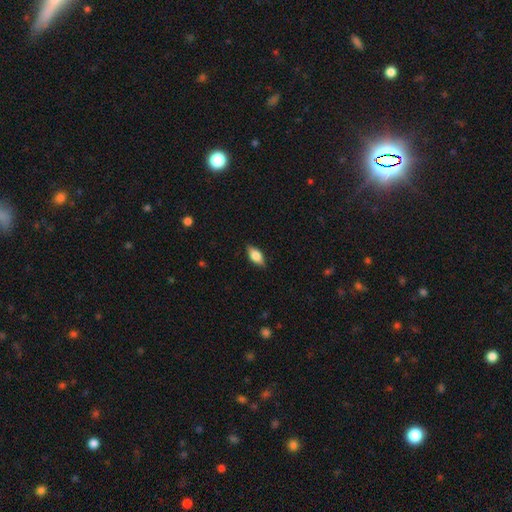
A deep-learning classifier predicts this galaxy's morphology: Smooth or featured?
  - smooth: 68% *
  - featured or disk: 25%
  - star or artifact: 7%
How rounded?
  - in between: 84% *
  - cigar-shaped: 12%
  - round: 4%
Merging?
  - none: 86% *
  - minor disturbance: 11%
  - major disturbance: 2%
  - merger: 1%